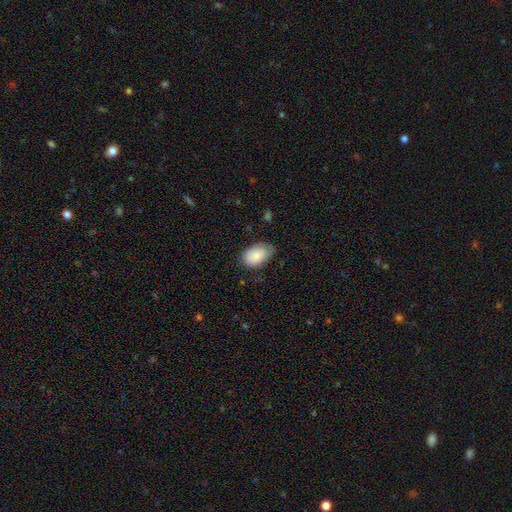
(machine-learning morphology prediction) smooth-or-featured: smooth: 85% | featured or disk: 9% | star or artifact: 6%
  how-rounded: in between: 91% | round: 8% | cigar-shaped: 1%
  merging: none: 65% | minor disturbance: 28% | major disturbance: 5% | merger: 1%